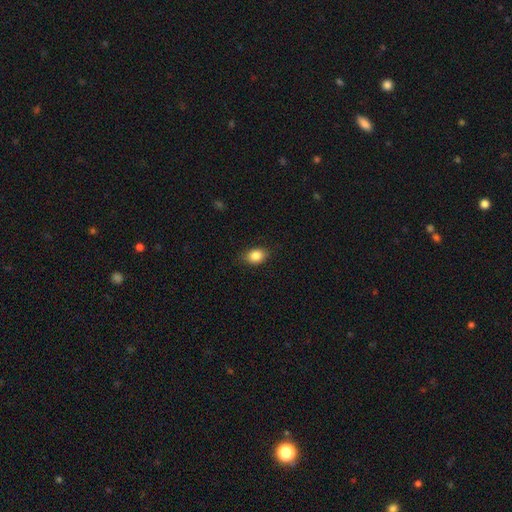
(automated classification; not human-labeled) Smooth or featured? Predicted: smooth (p=0.85). How rounded? Predicted: in between (p=0.73). Merging? Predicted: none (p=0.83).